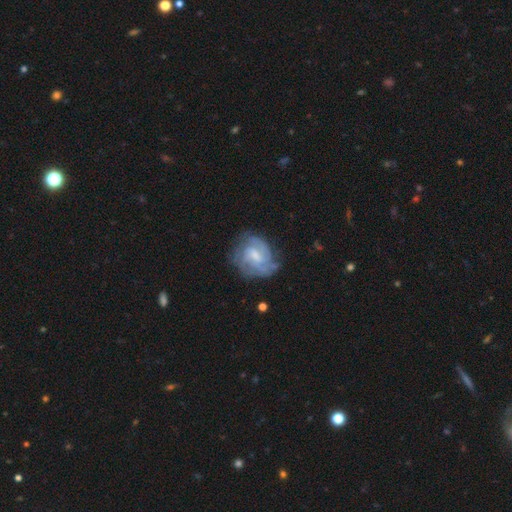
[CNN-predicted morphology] The model was most divided on "bulge size": small: 39%, moderate: 37%, none: 18%, large: 5%, dominant: 1%. Remaining: edge-on disk — no (98%); spiral arms — yes (92%); smooth or featured — featured or disk (78%); merging — none (66%); bar — weak (57%); spiral winding — tight (54%); spiral arm count — can't tell (34%).